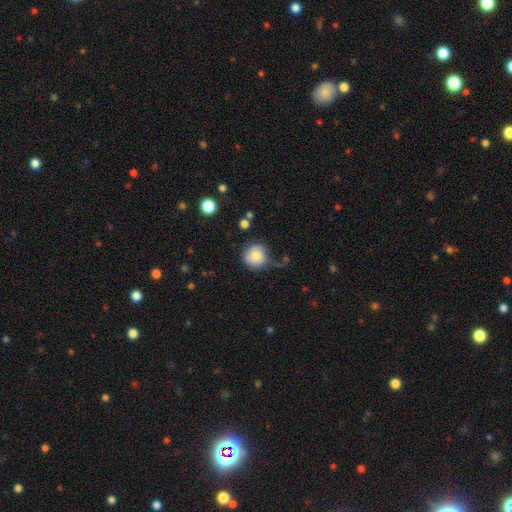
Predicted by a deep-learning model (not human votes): Q: Smooth or featured?
A: smooth (76%); runner-up: featured or disk (15%)
Q: How rounded?
A: round (92%); runner-up: in between (7%)
Q: Merging?
A: none (62%); runner-up: minor disturbance (24%)